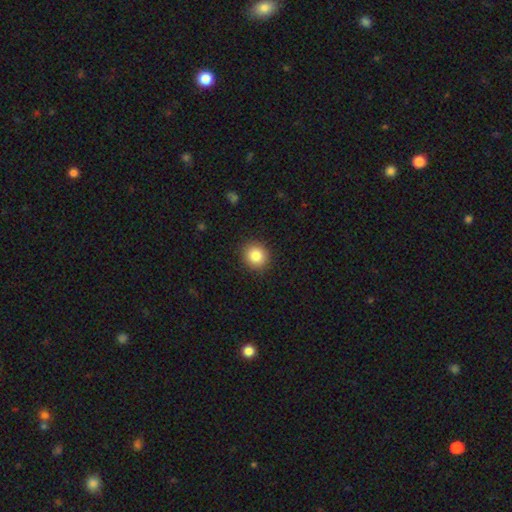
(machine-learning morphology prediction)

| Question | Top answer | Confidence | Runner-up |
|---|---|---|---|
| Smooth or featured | smooth | 84% | star or artifact (10%) |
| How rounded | round | 85% | in between (14%) |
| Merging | none | 91% | minor disturbance (6%) |